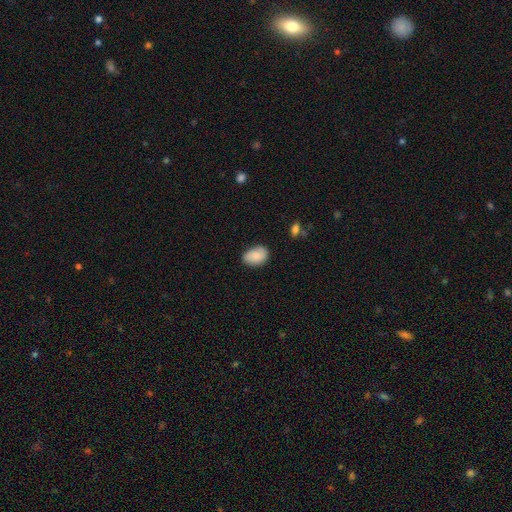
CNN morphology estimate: Smooth or featured? Predicted: smooth (p=0.84). How rounded? Predicted: in between (p=0.82). Merging? Predicted: none (p=0.78).